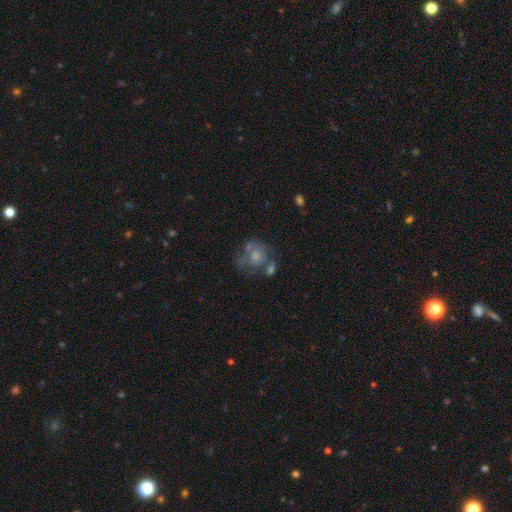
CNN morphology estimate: A smooth galaxy with no disk features (51%) that is round (62%). Merging: none (32%).